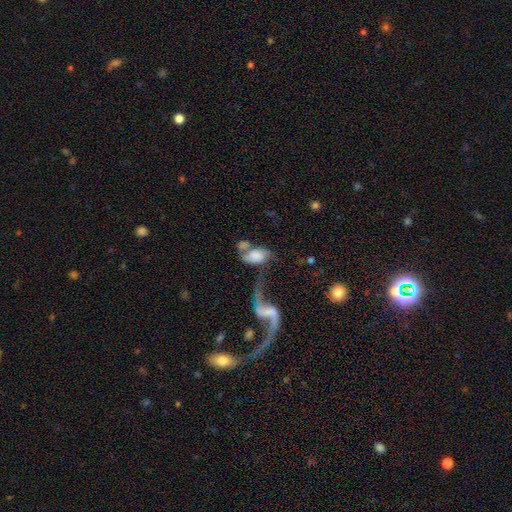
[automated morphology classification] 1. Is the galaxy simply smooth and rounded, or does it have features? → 50% smooth, 41% featured or disk, 9% star or artifact.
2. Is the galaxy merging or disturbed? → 53% merger, 22% major disturbance, 15% none, 10% minor disturbance.